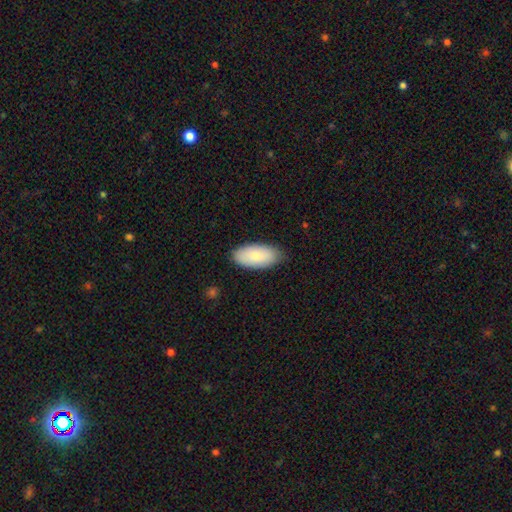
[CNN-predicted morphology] A smooth galaxy with no disk features (80%) that is in between round and cigar-shaped (94%). Merging: none (83%).